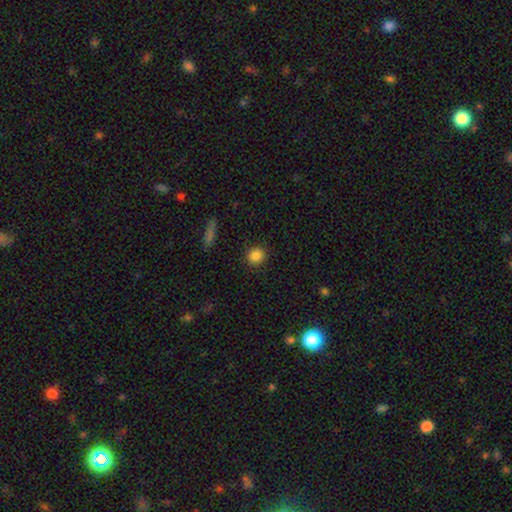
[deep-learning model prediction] Smooth or featured?
  - smooth: 85% *
  - star or artifact: 10%
  - featured or disk: 4%
How rounded?
  - round: 84% *
  - in between: 14%
  - cigar-shaped: 1%
Merging?
  - none: 91% *
  - minor disturbance: 6%
  - major disturbance: 2%
  - merger: 1%